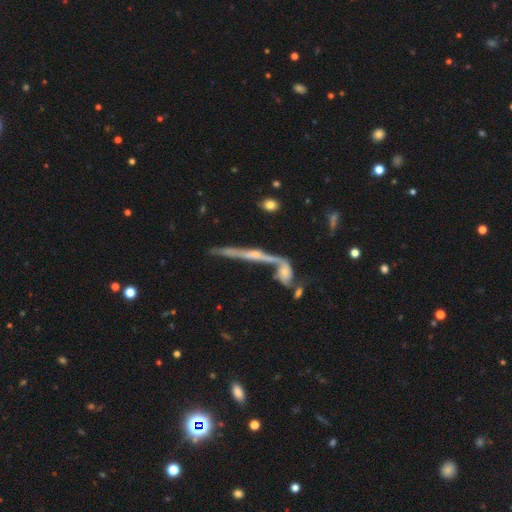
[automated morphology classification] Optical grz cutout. It shows a featured or disk galaxy (73%) viewed edge-on (89%) with a rounded central bulge (64%). Merging: none (47%).